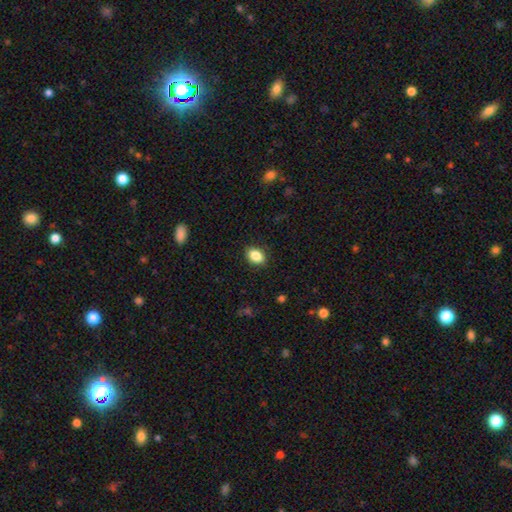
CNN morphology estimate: smooth_or_featured: smooth (p=0.87) [alt: star or artifact p=0.08]
how_rounded: in between (p=0.78) [alt: round p=0.20]
merging: none (p=0.89) [alt: minor disturbance p=0.08]